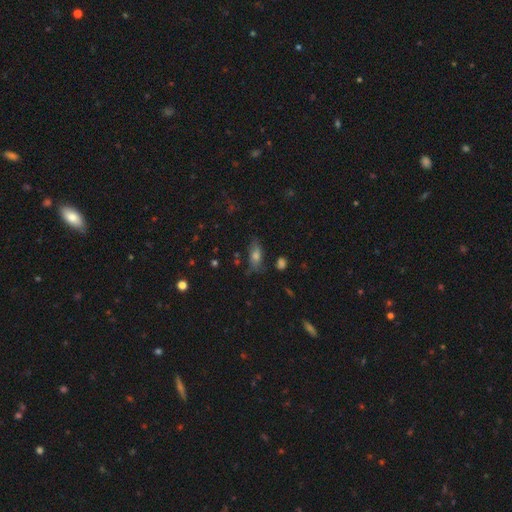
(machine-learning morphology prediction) Q: Smooth or featured?
A: smooth (57%); runner-up: featured or disk (24%)
Q: How rounded?
A: in between (70%); runner-up: cigar-shaped (22%)
Q: Merging?
A: none (67%); runner-up: minor disturbance (21%)